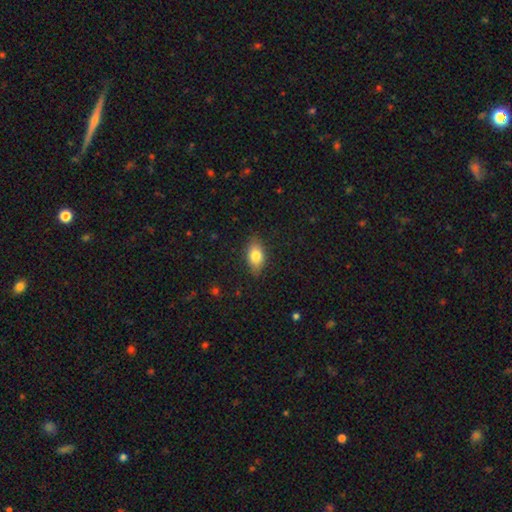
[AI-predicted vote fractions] This is likely a smooth galaxy (79%). How rounded: clearly in between (88%). Merging: clearly none (84%).